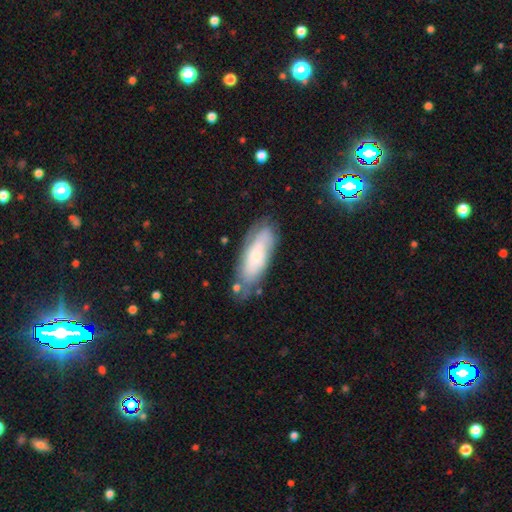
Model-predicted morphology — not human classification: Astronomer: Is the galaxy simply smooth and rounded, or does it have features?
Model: smooth — 49% (runner-up: featured or disk, 43%).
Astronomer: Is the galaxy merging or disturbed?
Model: none — 66%.